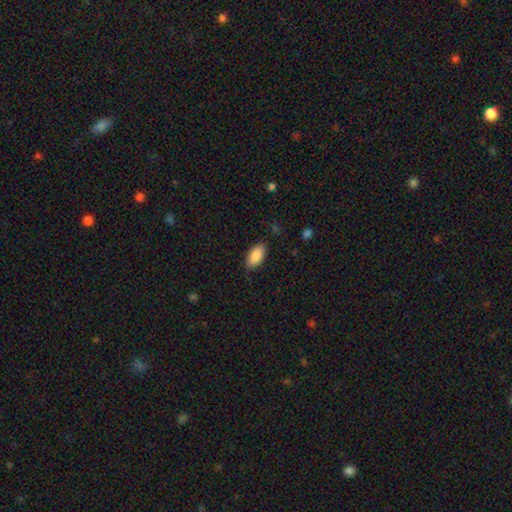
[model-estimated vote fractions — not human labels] Smooth or featured? smooth (88%)
How rounded? in between (92%)
Merging? none (82%)